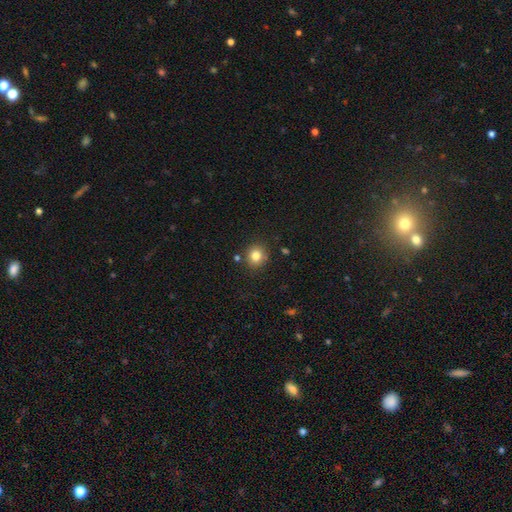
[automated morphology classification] Smooth or featured? smooth (81%)
How rounded? round (89%)
Merging? none (85%)